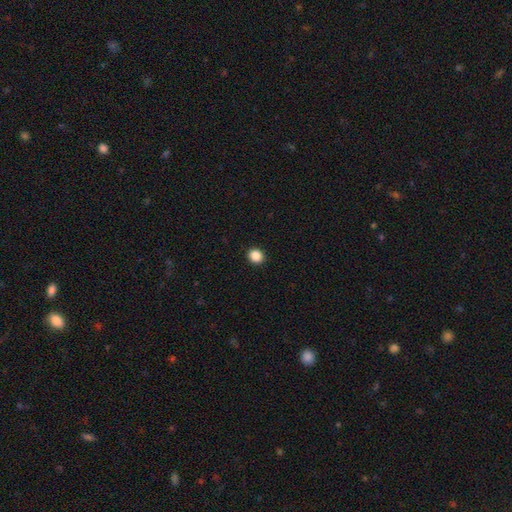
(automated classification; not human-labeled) Smooth or featured? smooth (87%)
How rounded? round (81%)
Merging? none (93%)